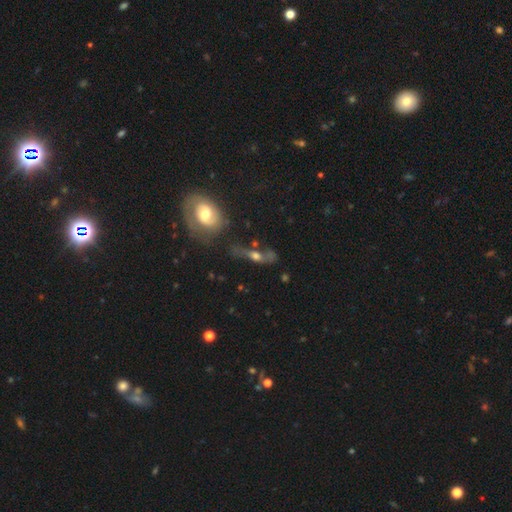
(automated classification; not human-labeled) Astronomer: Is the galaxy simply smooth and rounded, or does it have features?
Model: featured or disk — 49% (runner-up: smooth, 37%).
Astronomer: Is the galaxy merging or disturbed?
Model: none — 42% (runner-up: major disturbance, 22%).